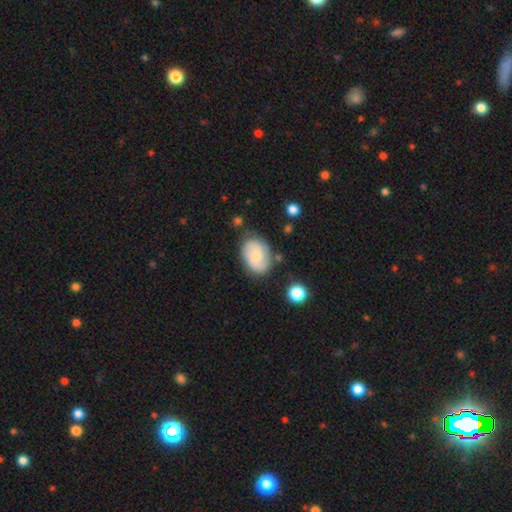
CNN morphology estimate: A smooth galaxy with no disk features (53%) that is in between round and cigar-shaped (77%). Merging: none (72%).